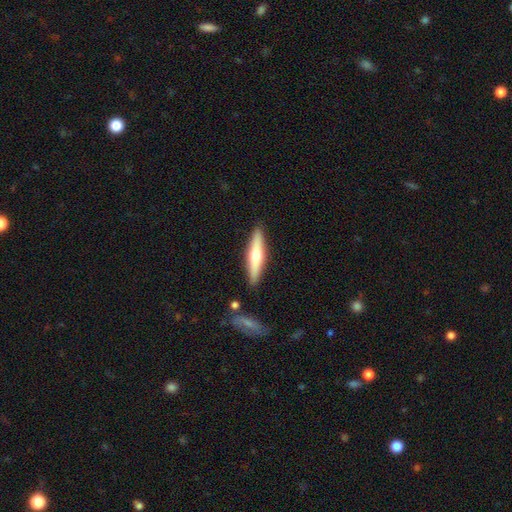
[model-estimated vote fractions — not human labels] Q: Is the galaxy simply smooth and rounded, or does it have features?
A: featured or disk — 48%.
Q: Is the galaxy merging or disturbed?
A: none — 87%.